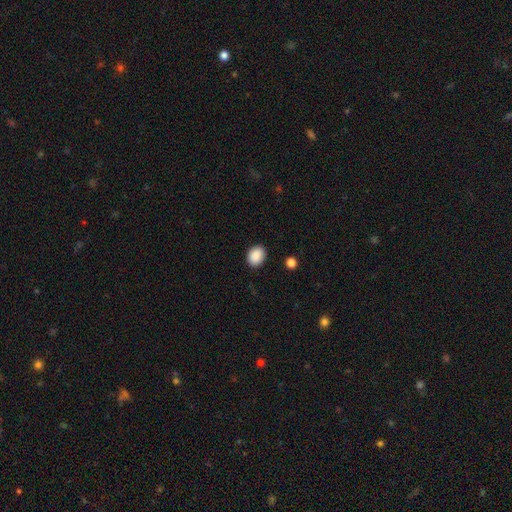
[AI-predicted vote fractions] This appears to be a smooth galaxy with no disk features (90%) that is in between round and cigar-shaped (60%). Merging: none (89%).